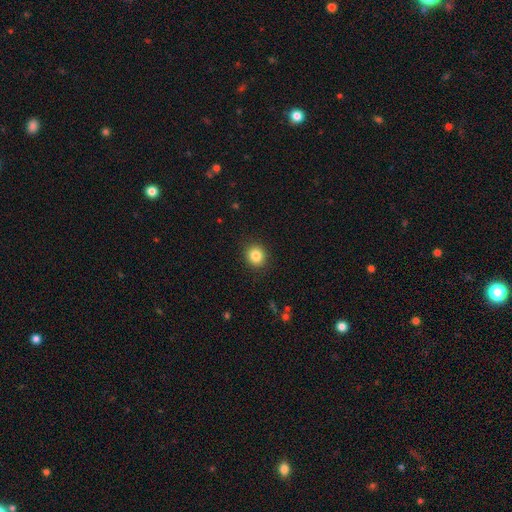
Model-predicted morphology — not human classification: The model was most divided on "how rounded": round: 85%, in between: 14%, cigar-shaped: 1%. More confident: merging — none (90%); smooth or featured — smooth (85%).